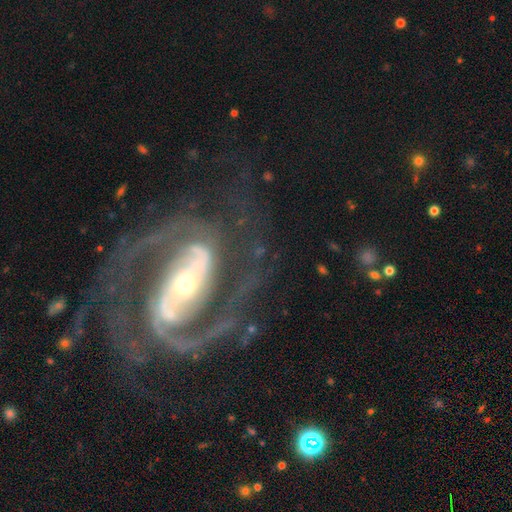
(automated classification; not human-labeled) This appears to be a featured or disk galaxy (92%) with a strong bar (56%), 2 (88%) medium (55%) spiral arms (98%) and a small central bulge (53%). Merging: none (71%).